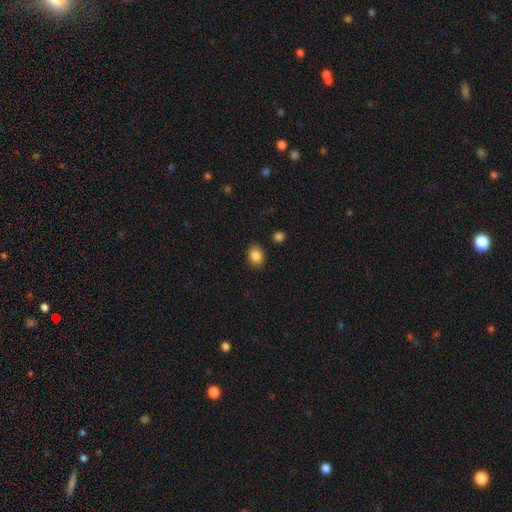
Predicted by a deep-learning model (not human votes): smooth_or_featured: smooth (p=0.87) [alt: star or artifact p=0.09]
how_rounded: in between (p=0.59) [alt: round p=0.40]
merging: none (p=0.86) [alt: minor disturbance p=0.09]